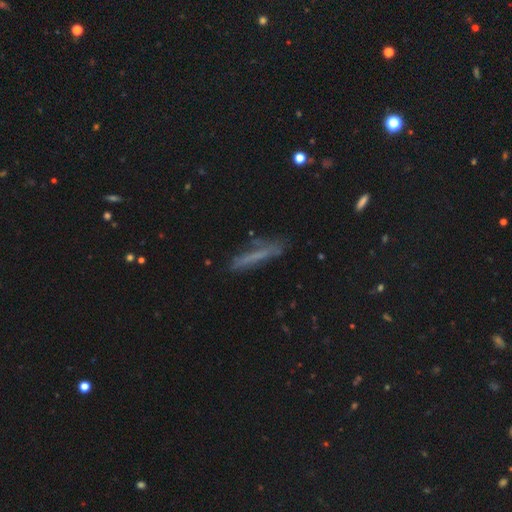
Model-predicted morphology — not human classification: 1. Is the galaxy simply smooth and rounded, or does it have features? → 54% smooth, 34% featured or disk, 12% star or artifact.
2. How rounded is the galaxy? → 91% cigar-shaped, 7% in between, 2% round.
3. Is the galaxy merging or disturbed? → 73% none, 19% minor disturbance, 5% major disturbance, 3% merger.